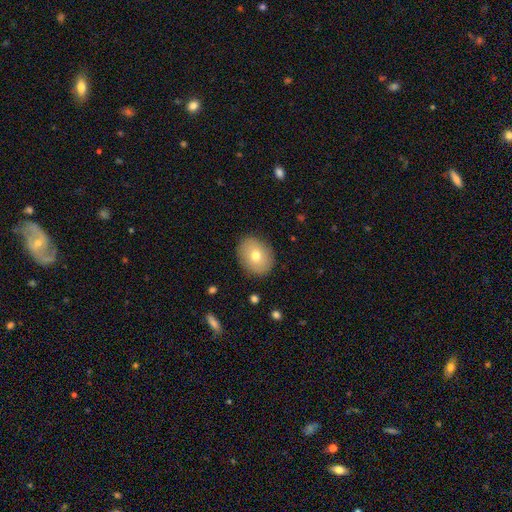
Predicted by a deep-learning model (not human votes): Overall: smooth (71%). How rounded: in between (55%; round 44%). Merging: none (87%).